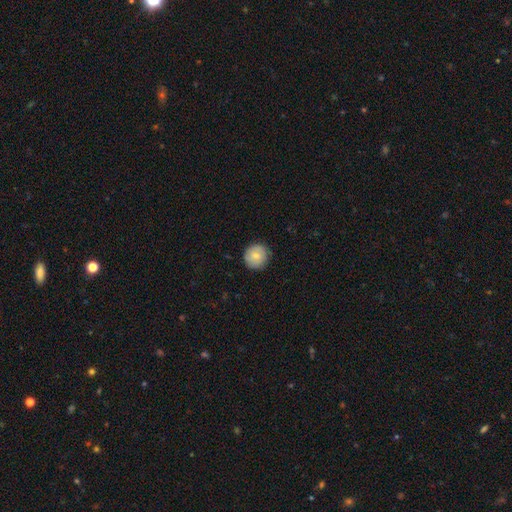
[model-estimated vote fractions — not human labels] smooth 75%, featured or disk 17%, star or artifact 7%. Down the decision tree: how rounded — round (93%); merging — none (86%).